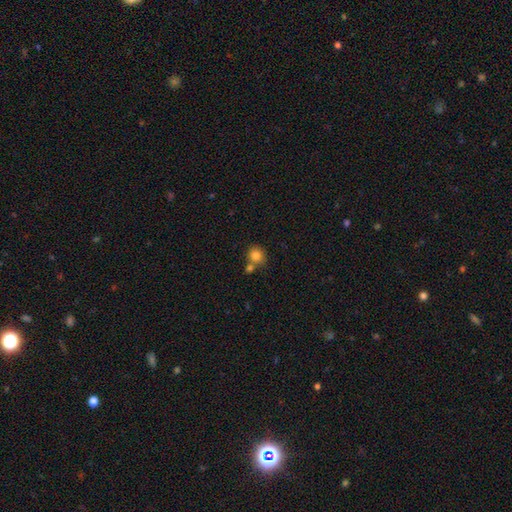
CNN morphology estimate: A smooth galaxy with no disk features (83%) that is round (84%).

Vote fractions:
- Smooth or featured? smooth: 83% / star or artifact: 10% / featured or disk: 7%
- How rounded? round: 84% / in between: 15% / cigar-shaped: 1%
- Merging? none: 59% / merger: 28% / minor disturbance: 10% / major disturbance: 3%